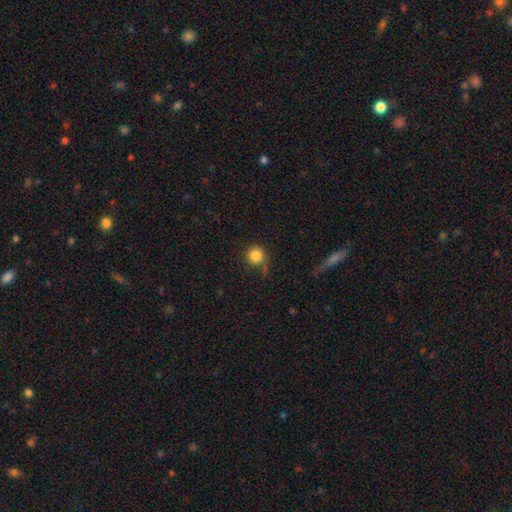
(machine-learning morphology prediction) Smooth or featured?
  - smooth: 83% *
  - star or artifact: 10%
  - featured or disk: 6%
How rounded?
  - round: 94% *
  - in between: 5%
  - cigar-shaped: 1%
Merging?
  - none: 68% *
  - minor disturbance: 19%
  - major disturbance: 9%
  - merger: 4%